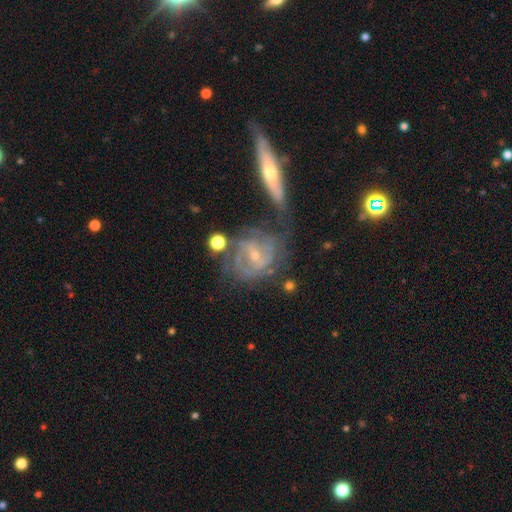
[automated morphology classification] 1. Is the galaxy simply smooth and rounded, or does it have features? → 83% featured or disk, 10% smooth, 6% star or artifact.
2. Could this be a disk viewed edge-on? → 95% no, 5% yes.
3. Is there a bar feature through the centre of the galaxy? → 45% weak, 39% no, 16% strong.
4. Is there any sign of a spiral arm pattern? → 91% yes, 9% no.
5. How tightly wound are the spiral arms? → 55% tight, 35% medium, 10% loose.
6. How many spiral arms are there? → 35% can't tell, 30% 2, 20% 3, 7% 4, 4% 1, 4% more than 4.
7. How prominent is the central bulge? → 67% small, 28% moderate, 3% none, 1% large, 1% dominant.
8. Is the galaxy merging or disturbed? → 49% none, 20% minor disturbance, 16% merger, 14% major disturbance.